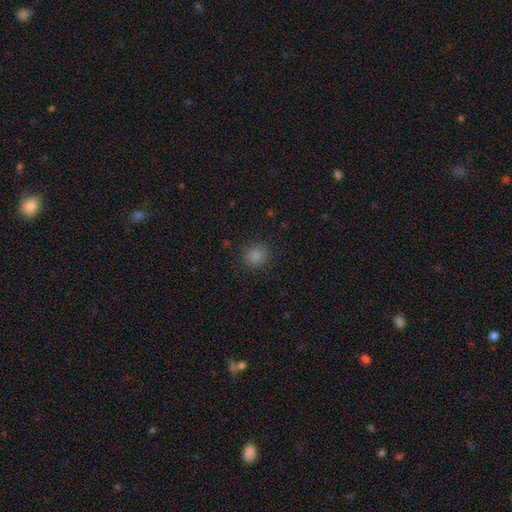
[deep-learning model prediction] A smooth galaxy with no disk features (85%) that is round (76%). Merging: none (86%).